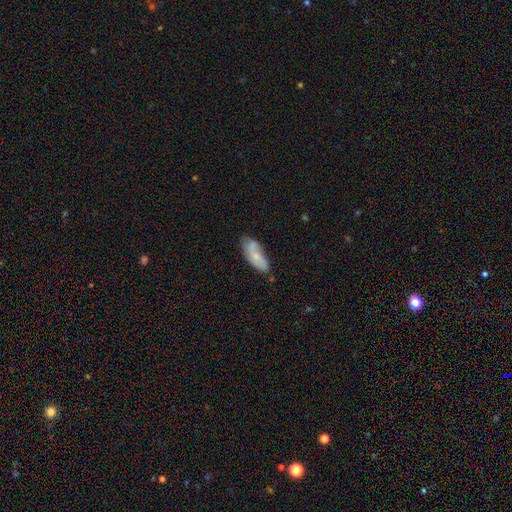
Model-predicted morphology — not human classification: type=smooth (57%); roundness=in between (78%); merging=none (60%).